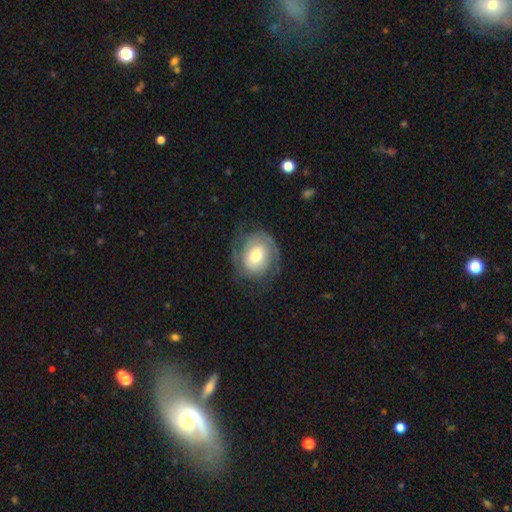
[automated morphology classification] Smooth or featured? Predicted: featured or disk (p=0.68). Edge-on disk? Predicted: no (p=0.97). Bar? Predicted: no (p=0.59). Spiral arms? Predicted: yes (p=0.88). Spiral winding? Predicted: tight (p=0.53). Spiral arm count? Predicted: 2 (p=0.73). Bulge size? Predicted: moderate (p=0.65). Merging? Predicted: none (p=0.70).